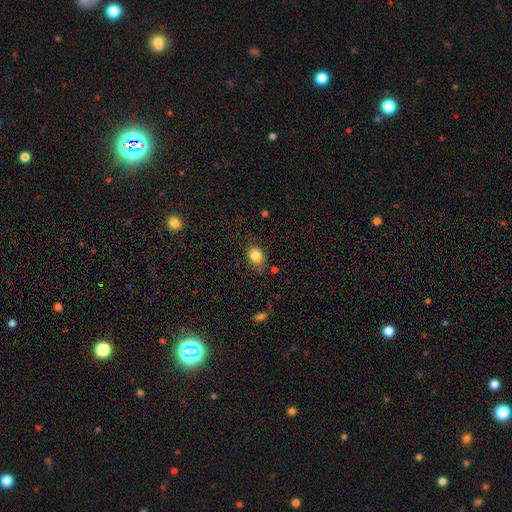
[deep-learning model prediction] Smooth or featured?
  - smooth: 84% *
  - star or artifact: 9%
  - featured or disk: 7%
How rounded?
  - in between: 61% *
  - round: 38%
  - cigar-shaped: 1%
Merging?
  - none: 79% *
  - minor disturbance: 15%
  - major disturbance: 4%
  - merger: 2%